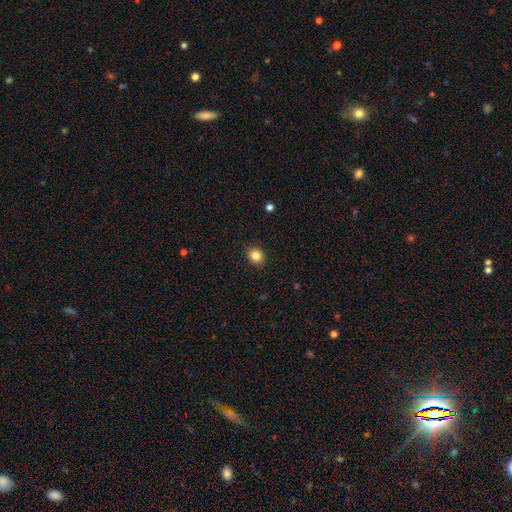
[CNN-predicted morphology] Smooth or featured? smooth (84%)
How rounded? round (73%)
Merging? none (91%)